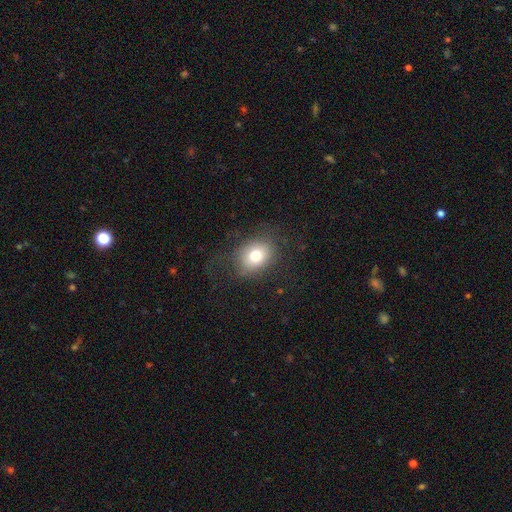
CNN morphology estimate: Smooth or featured?
  - smooth: 75% *
  - featured or disk: 14%
  - star or artifact: 11%
How rounded?
  - in between: 54% *
  - round: 45%
  - cigar-shaped: 1%
Merging?
  - none: 75% *
  - minor disturbance: 15%
  - major disturbance: 10%
  - merger: 1%